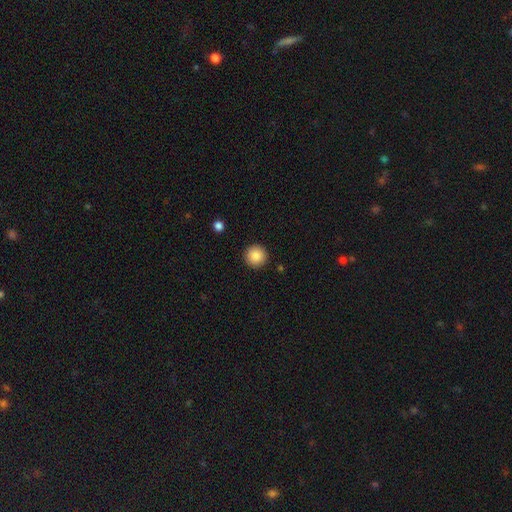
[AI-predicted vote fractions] This appears to be a smooth galaxy with no disk features (87%) that is round (96%). Merging: none (92%).